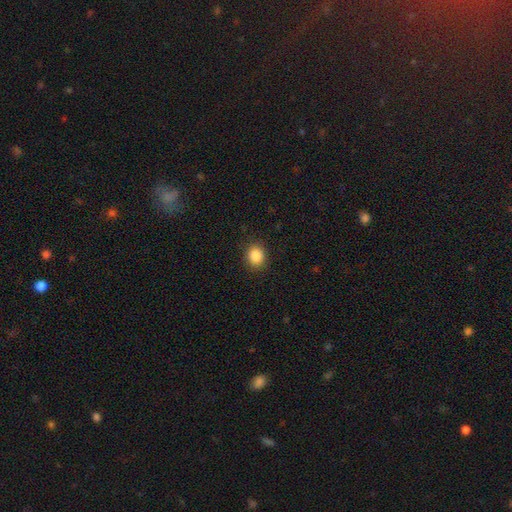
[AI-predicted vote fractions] A smooth galaxy with no disk features (87%) that is round (71%).

Vote fractions:
- Smooth or featured? smooth: 87% / star or artifact: 10% / featured or disk: 4%
- How rounded? round: 71% / in between: 28% / cigar-shaped: 1%
- Merging? none: 89% / minor disturbance: 7% / major disturbance: 2% / merger: 1%